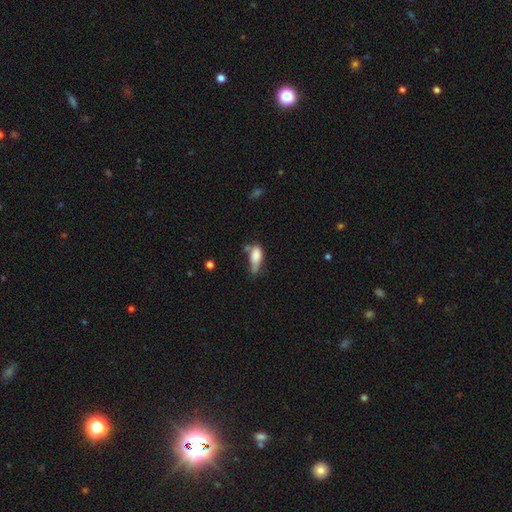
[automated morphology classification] Q: Smooth or featured?
A: smooth (78%); runner-up: featured or disk (14%)
Q: How rounded?
A: in between (80%); runner-up: cigar-shaped (16%)
Q: Merging?
A: minor disturbance (38%); runner-up: none (28%)